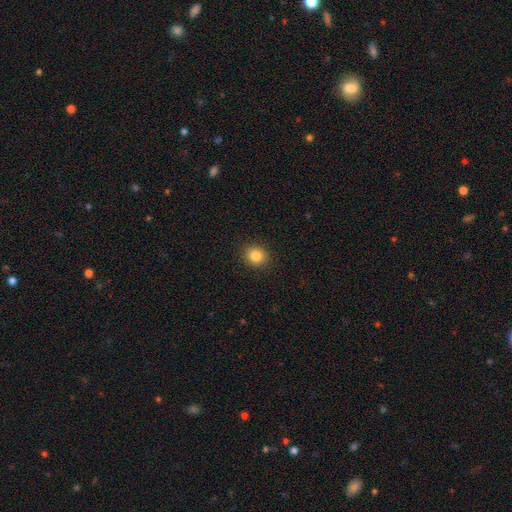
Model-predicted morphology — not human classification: Smooth or featured?
  - smooth: 84% *
  - star or artifact: 11%
  - featured or disk: 5%
How rounded?
  - round: 80% *
  - in between: 19%
  - cigar-shaped: 1%
Merging?
  - none: 91% *
  - minor disturbance: 6%
  - major disturbance: 2%
  - merger: 1%